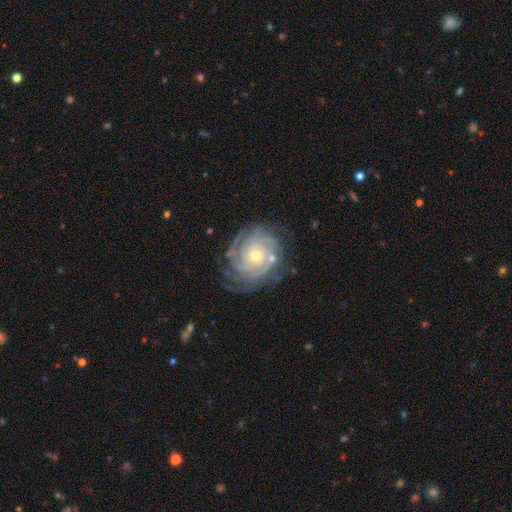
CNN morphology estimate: Smooth or featured?
  - featured or disk: 87% *
  - smooth: 7%
  - star or artifact: 6%
Edge-on disk?
  - no: 97% *
  - yes: 3%
Bar?
  - no: 80% *
  - weak: 15%
  - strong: 4%
Spiral arms?
  - yes: 97% *
  - no: 3%
Spiral winding?
  - tight: 80% *
  - medium: 17%
  - loose: 4%
Spiral arm count?
  - can't tell: 29% *
  - 4: 25%
  - 3: 16%
  - more than 4: 14%
  - 2: 9%
  - 1: 6%
Bulge size?
  - small: 52% *
  - moderate: 44%
  - large: 2%
  - none: 1%
  - dominant: 1%
Merging?
  - none: 73% *
  - minor disturbance: 17%
  - major disturbance: 7%
  - merger: 3%